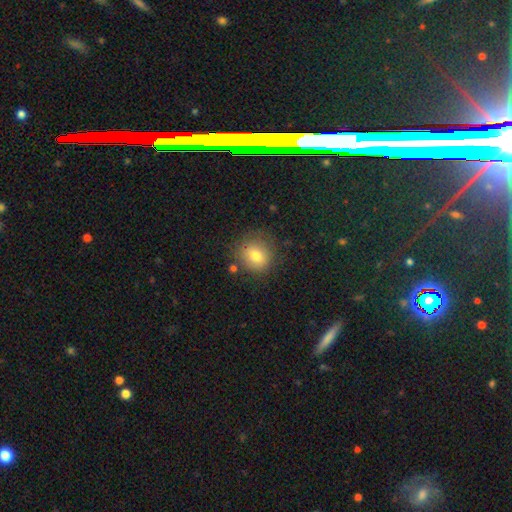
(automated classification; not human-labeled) The model was most divided on "merging": none: 75%, minor disturbance: 16%, major disturbance: 5%, merger: 4%. More confident: how rounded — round (82%); smooth or featured — smooth (77%).